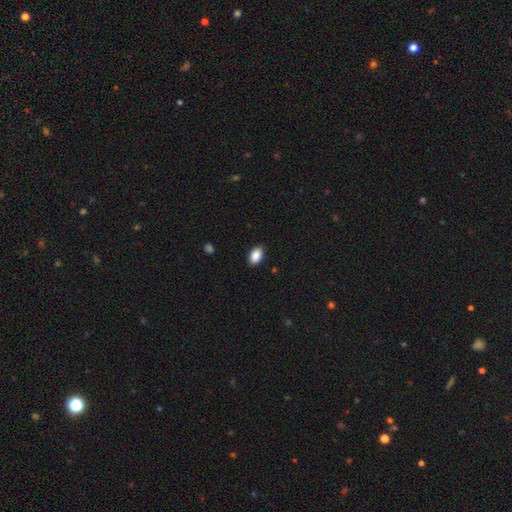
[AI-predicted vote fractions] Smooth or featured: smooth — 89% (star or artifact — 7%)
How rounded: in between — 88% (round — 10%)
Merging: none — 89% (minor disturbance — 8%)